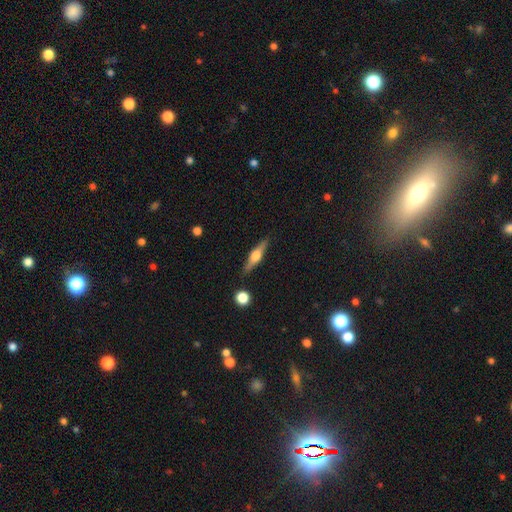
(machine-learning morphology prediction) This appears to be a featured or disk galaxy (64%) viewed edge-on (96%) with a rounded central bulge (92%). Merging: none (86%).